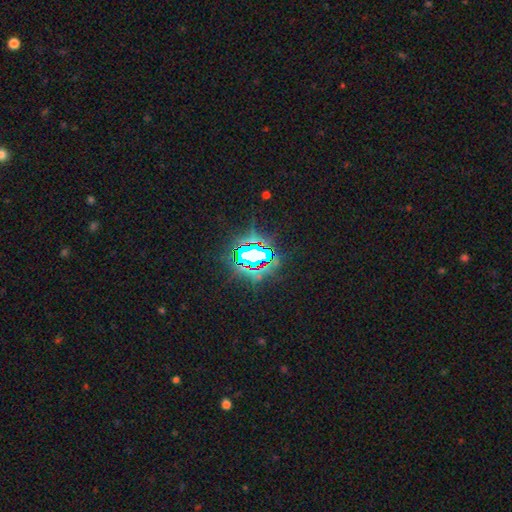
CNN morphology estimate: A star or artifact, not a galaxy (77%).